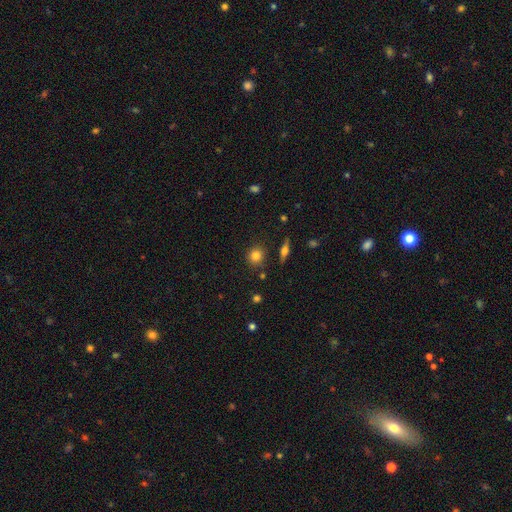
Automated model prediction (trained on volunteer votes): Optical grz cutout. It shows a smooth galaxy with no disk features (80%) that is round (88%). Merging: none (85%).